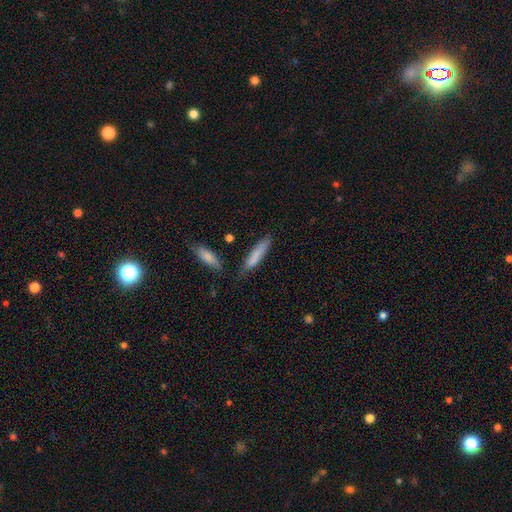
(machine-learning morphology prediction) Smooth or featured: smooth — 81% (featured or disk — 13%)
How rounded: cigar-shaped — 84% (in between — 15%)
Merging: none — 74% (minor disturbance — 17%)